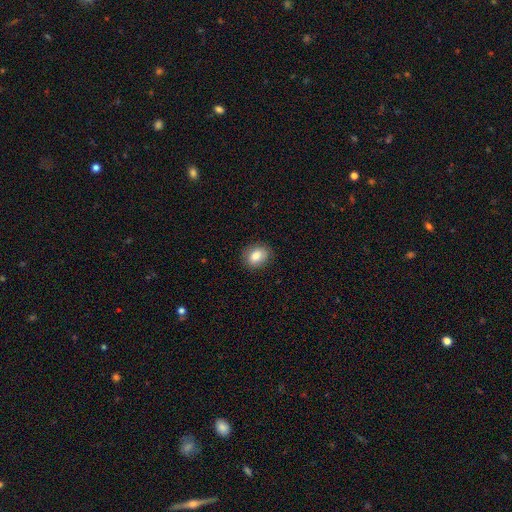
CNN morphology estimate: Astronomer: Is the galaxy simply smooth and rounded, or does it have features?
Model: smooth — 81%.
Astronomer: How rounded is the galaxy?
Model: in between — 58% (runner-up: round, 41%).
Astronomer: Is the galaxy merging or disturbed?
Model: none — 87%.